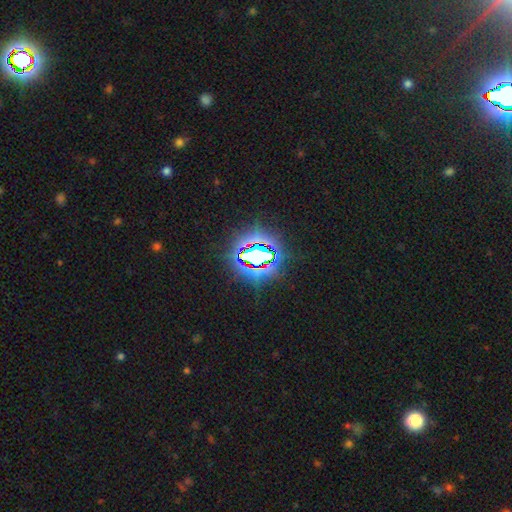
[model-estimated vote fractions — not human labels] Overall: star or artifact (73%).